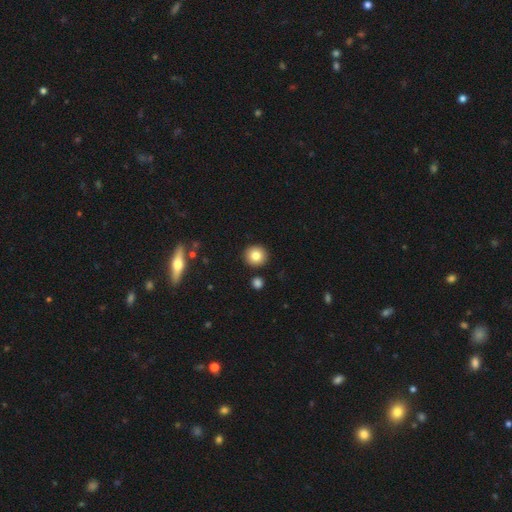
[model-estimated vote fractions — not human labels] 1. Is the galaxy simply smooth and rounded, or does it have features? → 82% smooth, 10% star or artifact, 8% featured or disk.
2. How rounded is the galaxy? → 94% round, 5% in between, 1% cigar-shaped.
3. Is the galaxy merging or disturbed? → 91% none, 5% minor disturbance, 3% merger, 2% major disturbance.